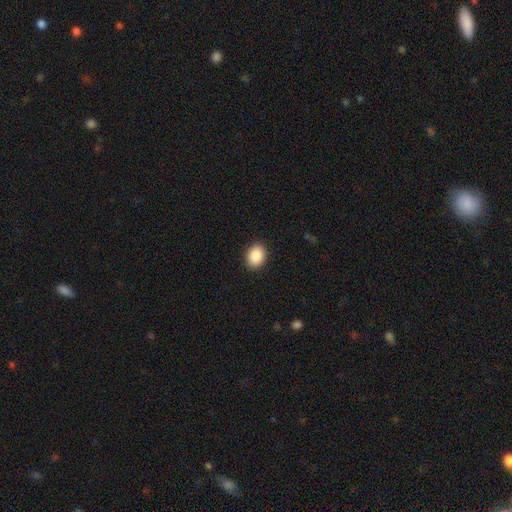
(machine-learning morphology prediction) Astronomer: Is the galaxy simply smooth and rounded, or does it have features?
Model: smooth — 89%.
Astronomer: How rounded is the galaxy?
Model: in between — 59% (runner-up: round, 40%).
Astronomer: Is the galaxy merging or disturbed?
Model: none — 91%.